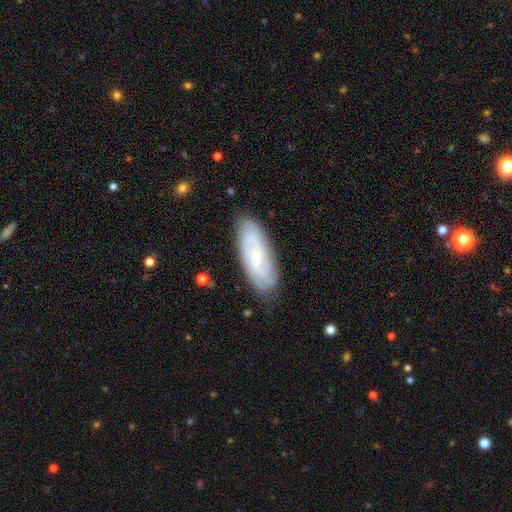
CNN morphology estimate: The model was most divided on "smooth or featured": featured or disk: 55%, smooth: 38%, star or artifact: 7%. More confident: edge-on disk — no (87%); merging — none (80%).